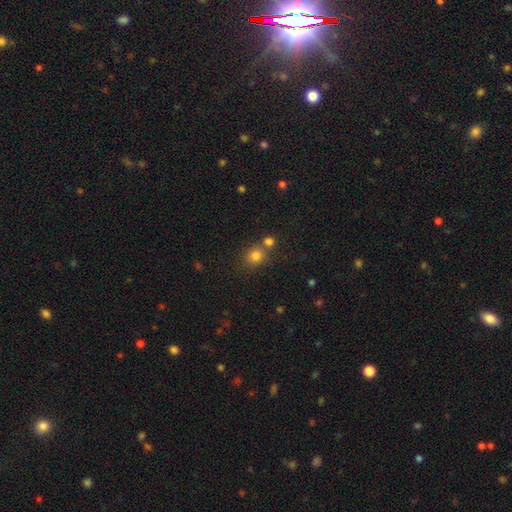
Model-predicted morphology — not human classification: The model was most divided on "merging": none: 61%, merger: 26%, minor disturbance: 10%, major disturbance: 4%. More confident: smooth or featured — smooth (80%); how rounded — round (77%).